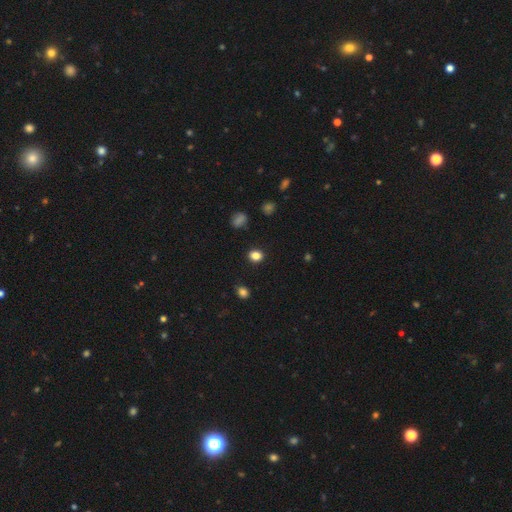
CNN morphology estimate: Q: Smooth or featured?
A: smooth (84%); runner-up: star or artifact (12%)
Q: How rounded?
A: round (58%); runner-up: in between (41%)
Q: Merging?
A: none (89%); runner-up: minor disturbance (7%)